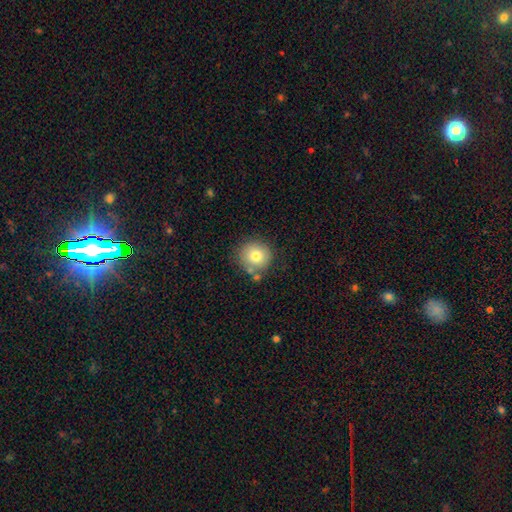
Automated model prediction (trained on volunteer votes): This is likely a smooth galaxy (76%). How rounded: clearly round (92%). Merging: likely none (74%).